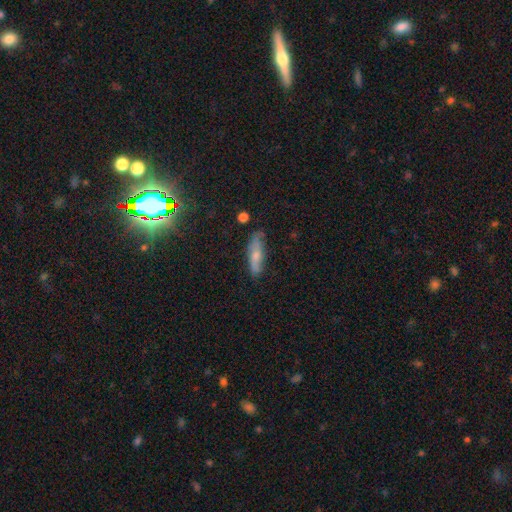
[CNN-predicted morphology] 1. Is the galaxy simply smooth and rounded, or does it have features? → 60% smooth, 31% featured or disk, 9% star or artifact.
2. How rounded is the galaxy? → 59% cigar-shaped, 38% in between, 3% round.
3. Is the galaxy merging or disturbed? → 70% none, 22% minor disturbance, 5% major disturbance, 2% merger.